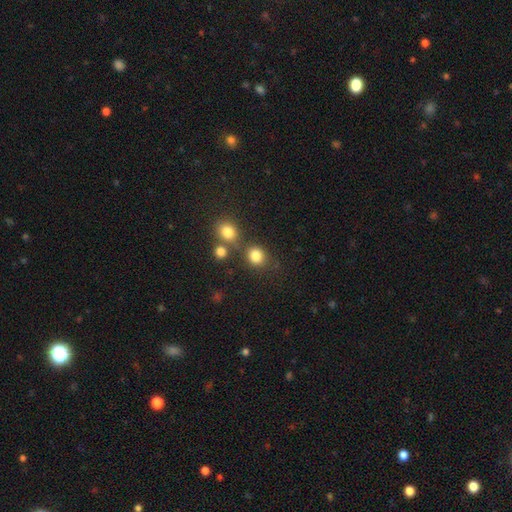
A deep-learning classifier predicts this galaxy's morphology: The model was most divided on "merging": none: 67%, merger: 17%, minor disturbance: 11%, major disturbance: 5%. More confident: smooth or featured — smooth (82%); how rounded — round (77%).